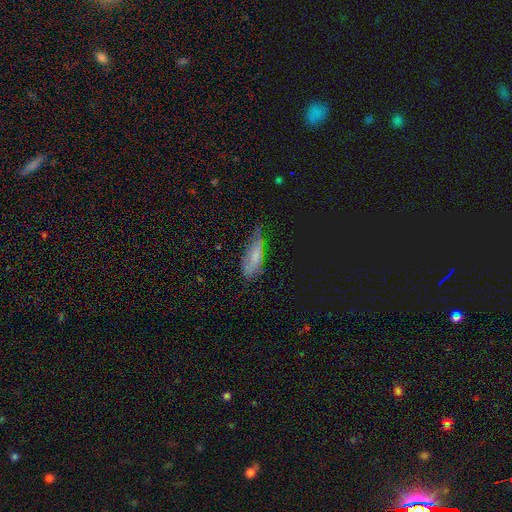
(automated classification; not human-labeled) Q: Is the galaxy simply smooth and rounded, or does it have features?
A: smooth — 57%.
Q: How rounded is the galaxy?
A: in between — 55%.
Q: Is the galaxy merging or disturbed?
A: none — 40%.